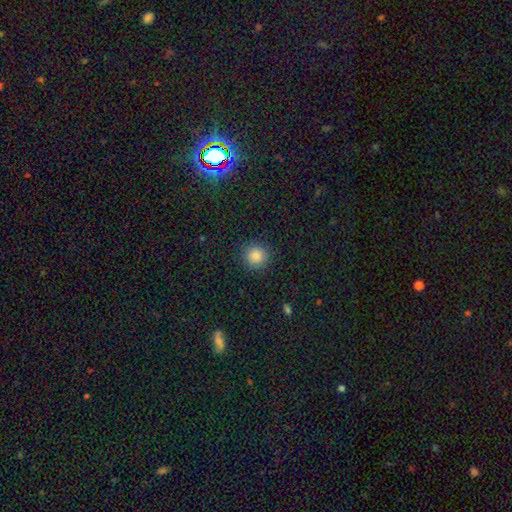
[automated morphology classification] A smooth galaxy with no disk features (84%) that is round (93%).

Vote fractions:
- Smooth or featured? smooth: 84% / star or artifact: 12% / featured or disk: 4%
- How rounded? round: 93% / in between: 6% / cigar-shaped: 1%
- Merging? none: 91% / minor disturbance: 6% / major disturbance: 2% / merger: 1%